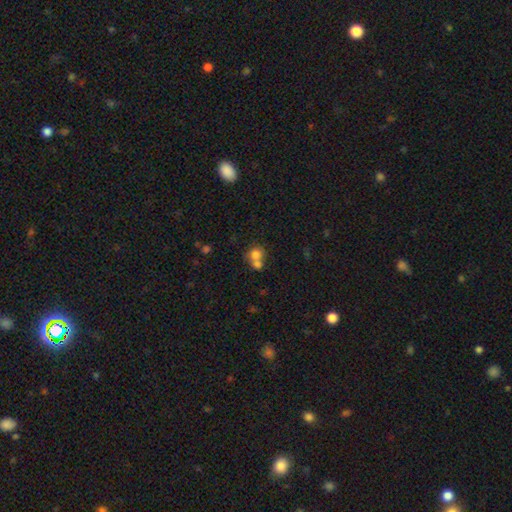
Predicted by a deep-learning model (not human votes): A smooth galaxy with no disk features (74%) that is round (78%).

Vote fractions:
- Smooth or featured? smooth: 74% / featured or disk: 15% / star or artifact: 11%
- How rounded? round: 78% / in between: 21% / cigar-shaped: 1%
- Merging? merger: 56% / none: 34% / minor disturbance: 7% / major disturbance: 3%